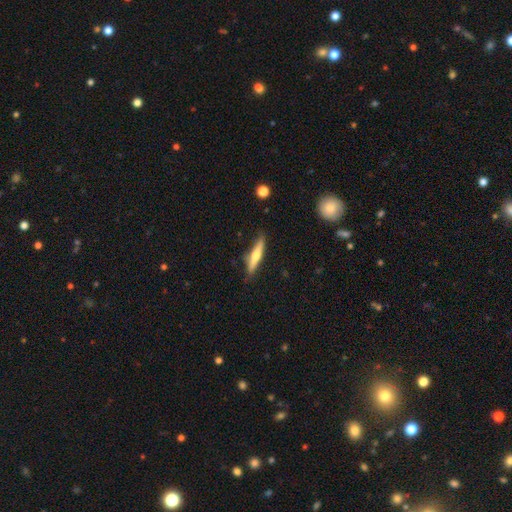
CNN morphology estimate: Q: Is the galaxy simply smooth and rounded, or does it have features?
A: smooth — 49%.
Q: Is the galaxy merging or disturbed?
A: none — 81%.